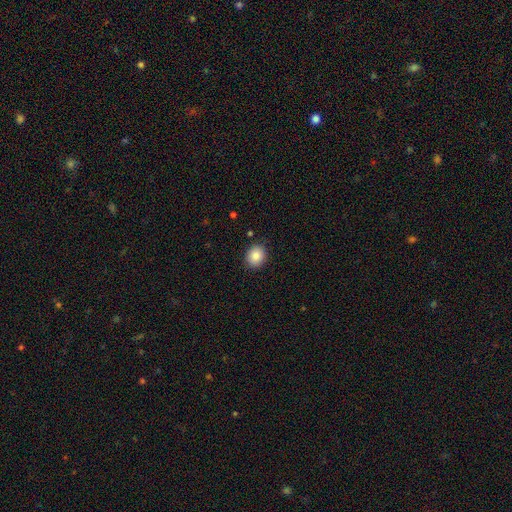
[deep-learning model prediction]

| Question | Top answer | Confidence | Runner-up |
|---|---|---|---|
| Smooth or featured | smooth | 86% | star or artifact (9%) |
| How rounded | round | 67% | in between (32%) |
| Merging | none | 88% | minor disturbance (8%) |